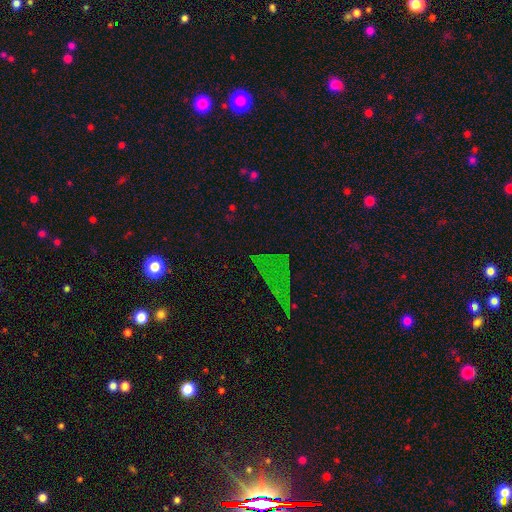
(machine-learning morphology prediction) smooth_or_featured: star or artifact (p=0.58) [alt: smooth p=0.24]